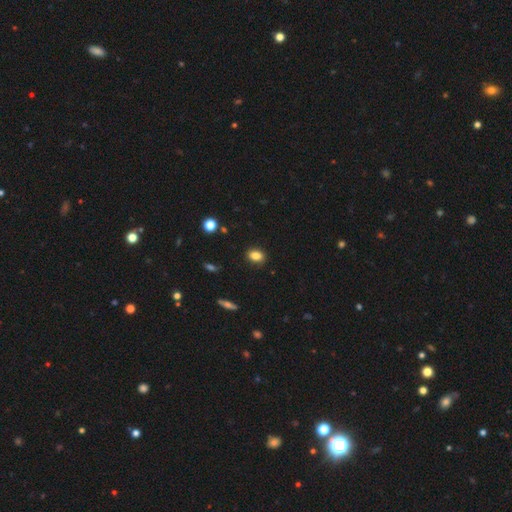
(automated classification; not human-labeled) This appears to be a smooth galaxy with no disk features (84%) that is in between round and cigar-shaped (66%). Merging: none (88%).